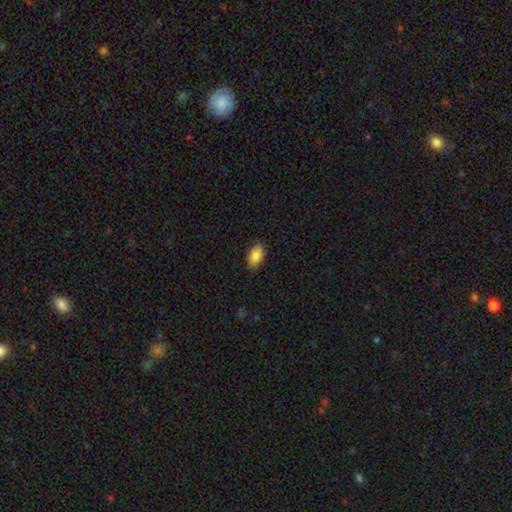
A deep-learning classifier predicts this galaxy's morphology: A smooth galaxy with no disk features (86%) that is in between round and cigar-shaped (92%).

Vote fractions:
- Smooth or featured? smooth: 86% / star or artifact: 7% / featured or disk: 7%
- How rounded? in between: 92% / round: 6% / cigar-shaped: 2%
- Merging? none: 87% / minor disturbance: 10% / major disturbance: 2% / merger: 1%